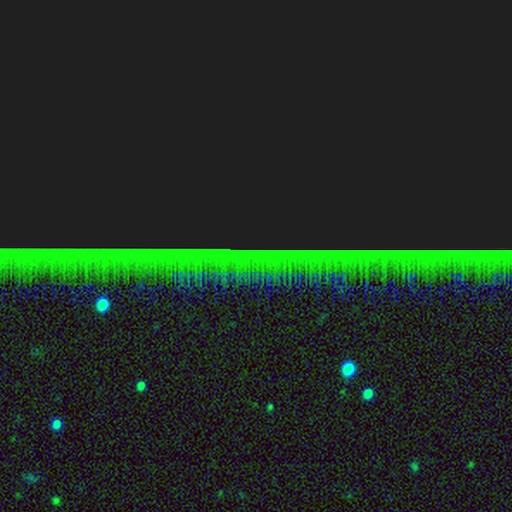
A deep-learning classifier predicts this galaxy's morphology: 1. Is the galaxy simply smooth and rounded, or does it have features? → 88% star or artifact, 7% featured or disk, 6% smooth.